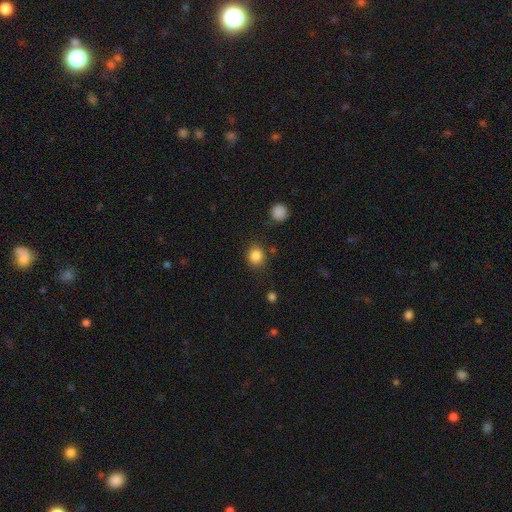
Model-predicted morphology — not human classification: smooth-or-featured: smooth: 85% | star or artifact: 11% | featured or disk: 5%
  how-rounded: round: 78% | in between: 21% | cigar-shaped: 1%
  merging: none: 84% | minor disturbance: 10% | major disturbance: 4% | merger: 3%